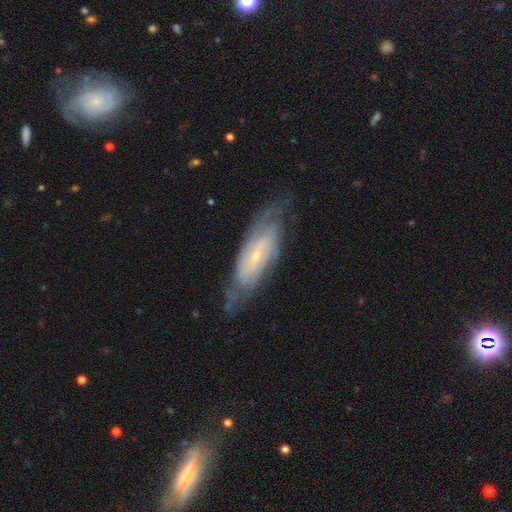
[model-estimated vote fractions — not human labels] The model was most divided on "spiral arm count": can't tell: 41%, 2: 36%, 3: 10%, 4: 6%, more than 4: 4%, 1: 4%. Remaining: spiral arms — yes (91%); edge-on disk — no (82%); smooth or featured — featured or disk (78%); bulge size — small (77%); merging — none (70%); spiral winding — tight (52%); bar — no (46%).